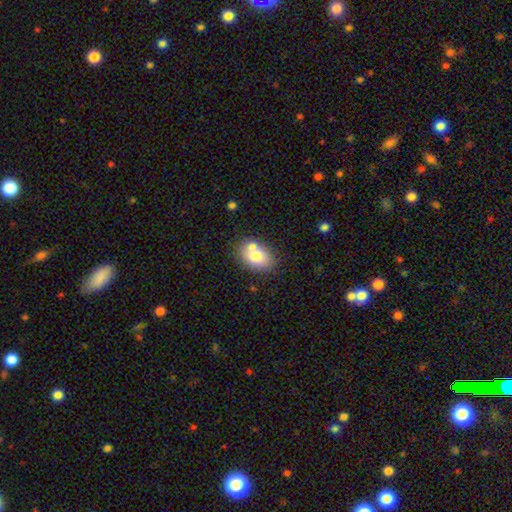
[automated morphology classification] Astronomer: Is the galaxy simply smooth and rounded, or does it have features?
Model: smooth — 74%.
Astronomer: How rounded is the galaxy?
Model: in between — 76%.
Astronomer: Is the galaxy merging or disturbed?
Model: none — 59%.